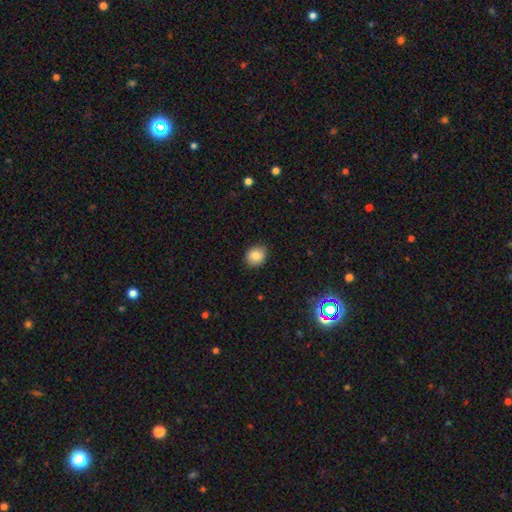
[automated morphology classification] Smooth or featured?
  - smooth: 84% *
  - star or artifact: 9%
  - featured or disk: 7%
How rounded?
  - round: 65% *
  - in between: 34%
  - cigar-shaped: 1%
Merging?
  - none: 87% *
  - minor disturbance: 10%
  - major disturbance: 2%
  - merger: 1%